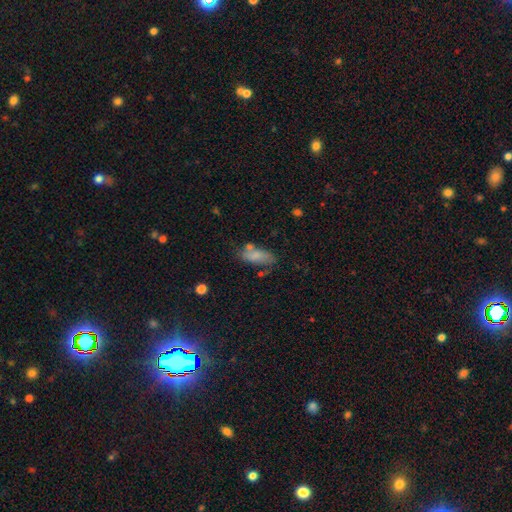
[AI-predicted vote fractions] Smooth or featured?
  - smooth: 76% *
  - featured or disk: 15%
  - star or artifact: 9%
How rounded?
  - in between: 80% *
  - cigar-shaped: 17%
  - round: 3%
Merging?
  - none: 53% *
  - minor disturbance: 24%
  - merger: 14%
  - major disturbance: 9%